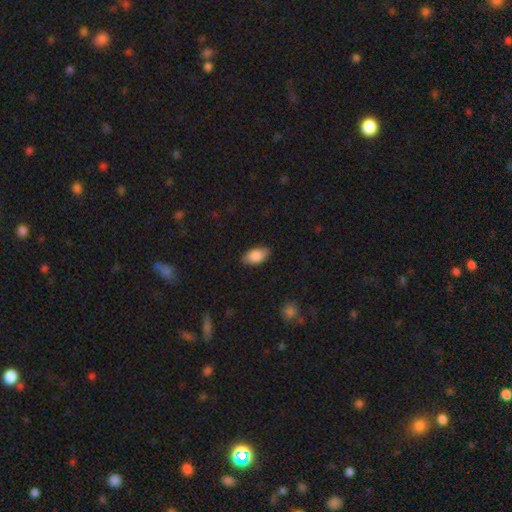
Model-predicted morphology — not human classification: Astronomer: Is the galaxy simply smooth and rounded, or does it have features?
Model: smooth — 86%.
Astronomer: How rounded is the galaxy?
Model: in between — 93%.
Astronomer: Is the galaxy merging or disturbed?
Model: none — 85%.